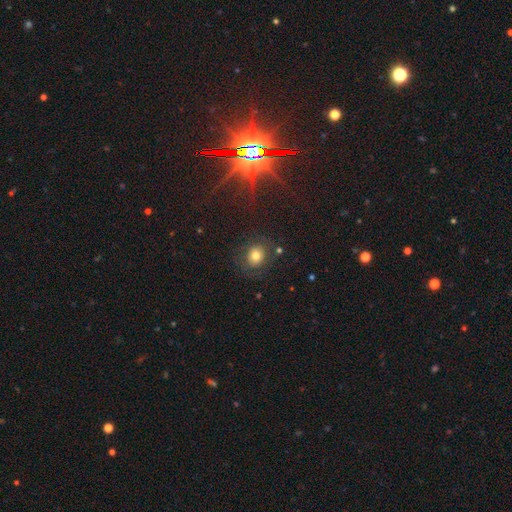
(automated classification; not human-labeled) Smooth or featured?
  - smooth: 70% *
  - star or artifact: 15%
  - featured or disk: 15%
How rounded?
  - round: 77% *
  - in between: 22%
  - cigar-shaped: 1%
Merging?
  - none: 78% *
  - minor disturbance: 13%
  - major disturbance: 7%
  - merger: 2%